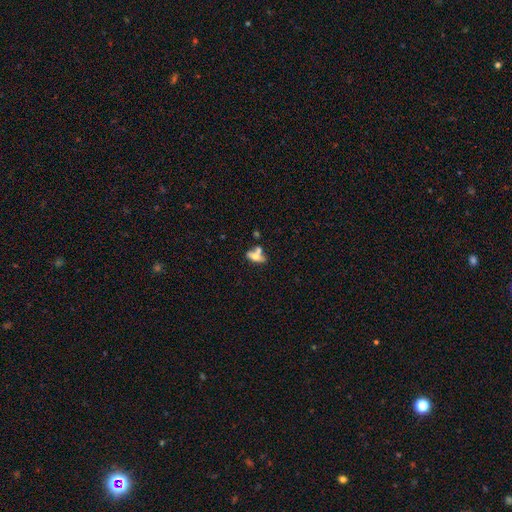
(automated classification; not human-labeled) Smooth or featured: smooth — 50% (featured or disk — 40%)
How rounded: in between — 71% (cigar-shaped — 19%)
Merging: merger — 43% (none — 37%)